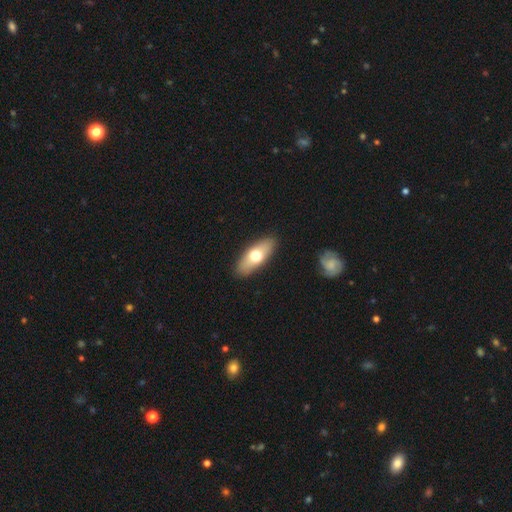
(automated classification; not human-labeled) The model was most divided on "smooth or featured": smooth: 63%, featured or disk: 31%, star or artifact: 6%. More confident: merging — none (89%); how rounded — in between (75%).